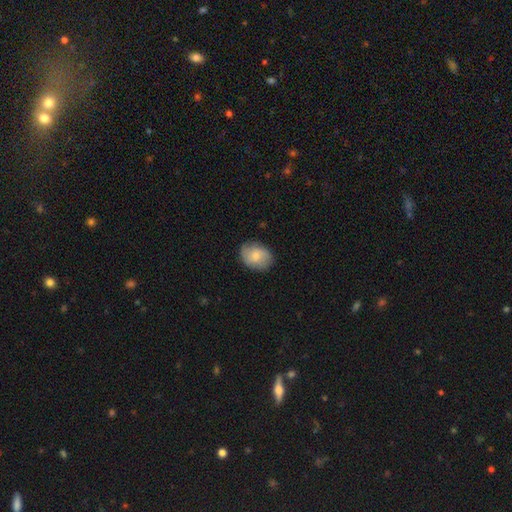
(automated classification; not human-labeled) Overall: smooth (70%). How rounded: in between (58%; round 41%). Merging: none (80%).